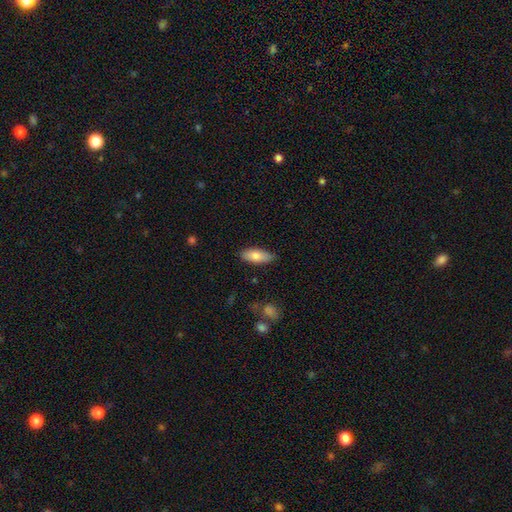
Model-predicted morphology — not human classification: Overall: smooth (80%). How rounded: in between (80%). Merging: none (84%).